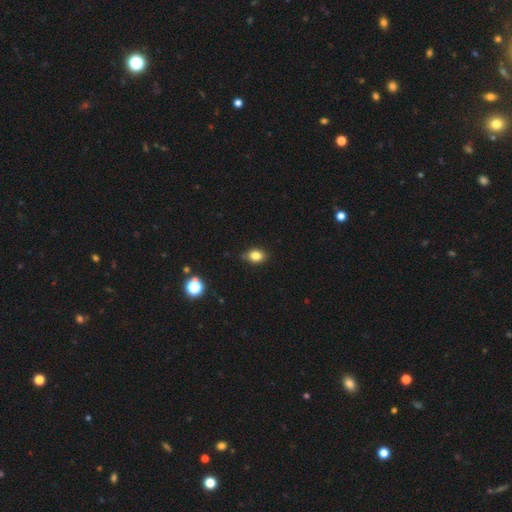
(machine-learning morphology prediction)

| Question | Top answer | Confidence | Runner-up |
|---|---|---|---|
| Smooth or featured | smooth | 81% | star or artifact (11%) |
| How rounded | in between | 67% | round (31%) |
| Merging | none | 77% | minor disturbance (19%) |